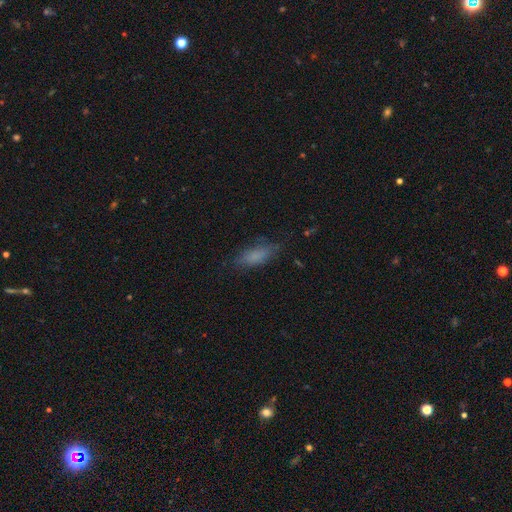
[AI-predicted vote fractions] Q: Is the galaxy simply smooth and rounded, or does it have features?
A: smooth — 76%.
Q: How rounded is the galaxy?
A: in between — 71%.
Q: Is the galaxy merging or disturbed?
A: none — 70%.